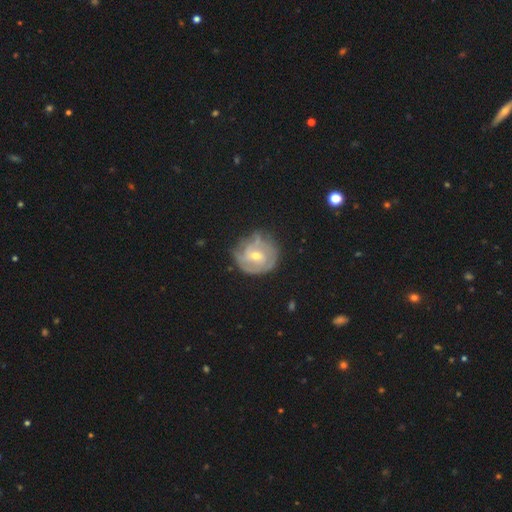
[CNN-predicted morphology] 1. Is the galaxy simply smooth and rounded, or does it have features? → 69% featured or disk, 24% smooth, 7% star or artifact.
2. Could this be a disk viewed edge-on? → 97% no, 3% yes.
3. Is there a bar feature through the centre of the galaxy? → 62% no, 32% weak, 7% strong.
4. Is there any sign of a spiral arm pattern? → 77% yes, 23% no.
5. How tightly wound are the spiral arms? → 58% tight, 30% medium, 12% loose.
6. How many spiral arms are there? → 43% can't tell, 24% 2, 17% 3, 6% 1, 6% 4, 4% more than 4.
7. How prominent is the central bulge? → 48% moderate (tied), 48% small (tied), 2% large, 1% none, 1% dominant.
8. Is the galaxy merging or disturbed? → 61% none, 25% minor disturbance, 11% major disturbance, 2% merger.